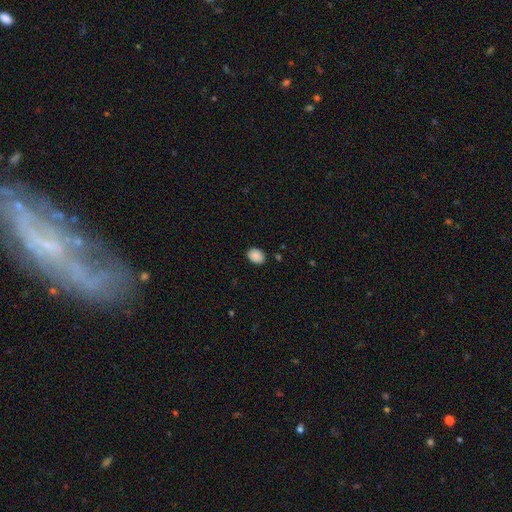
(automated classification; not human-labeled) Q: Smooth or featured?
A: smooth (90%); runner-up: star or artifact (8%)
Q: How rounded?
A: in between (77%); runner-up: round (22%)
Q: Merging?
A: none (87%); runner-up: minor disturbance (9%)